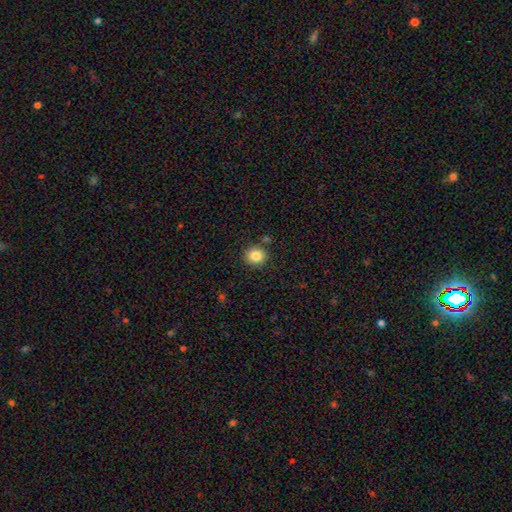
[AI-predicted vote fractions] Smooth or featured: smooth — 84% (star or artifact — 10%)
How rounded: round — 88% (in between — 11%)
Merging: none — 86% (minor disturbance — 8%)